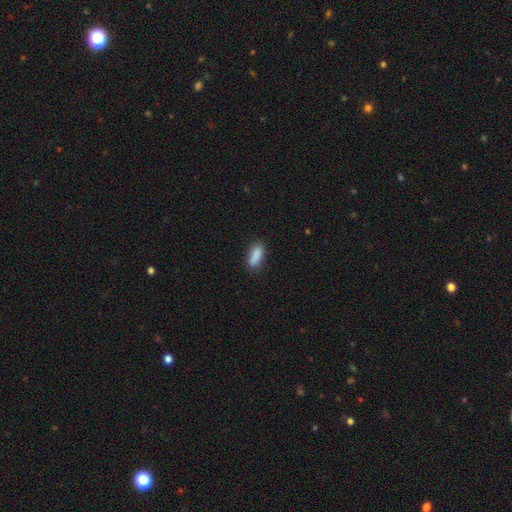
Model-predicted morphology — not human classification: type=smooth (87%); roundness=in between (66%); merging=none (80%).